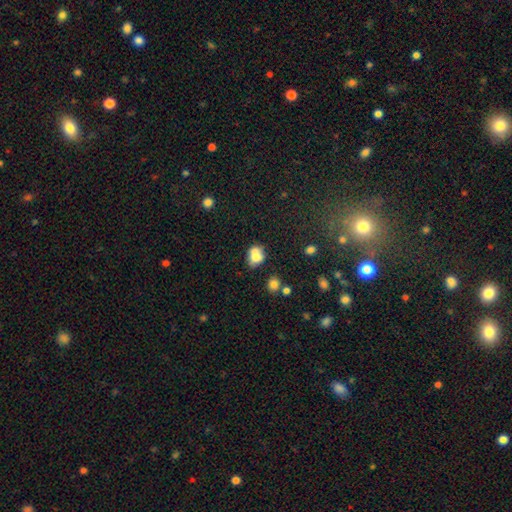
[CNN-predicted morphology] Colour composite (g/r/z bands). It shows a smooth galaxy with no disk features (72%) that is in between round and cigar-shaped (56%). Merging: none (41%).